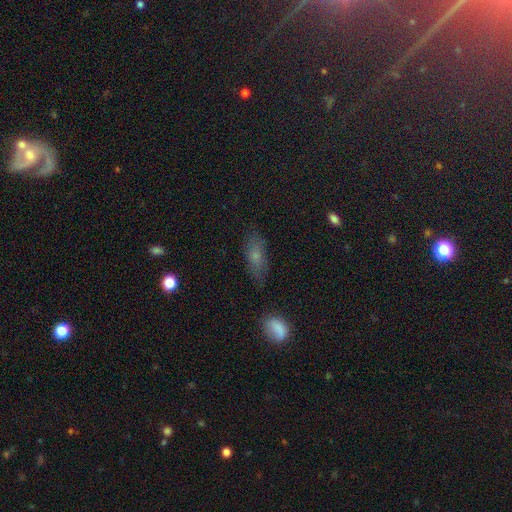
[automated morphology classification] Smooth or featured? smooth (68%)
How rounded? in between (72%)
Merging? none (76%)